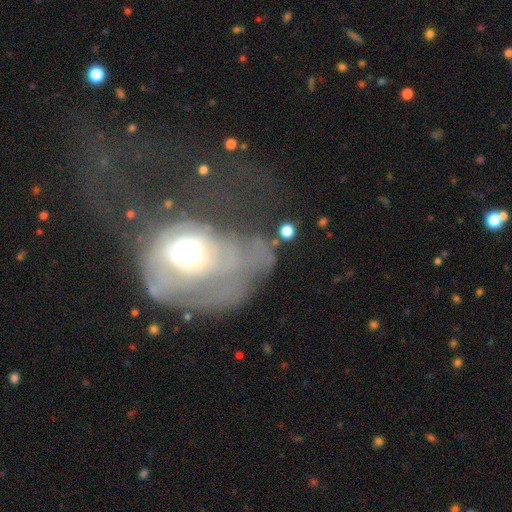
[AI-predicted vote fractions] A featured or disk galaxy (52%).

Vote fractions:
- Smooth or featured? featured or disk: 52% / smooth: 34% / star or artifact: 15%
- Edge-on disk? no: 95% / yes: 5%
- Merging? major disturbance: 66% / none: 13% / minor disturbance: 12% / merger: 8%